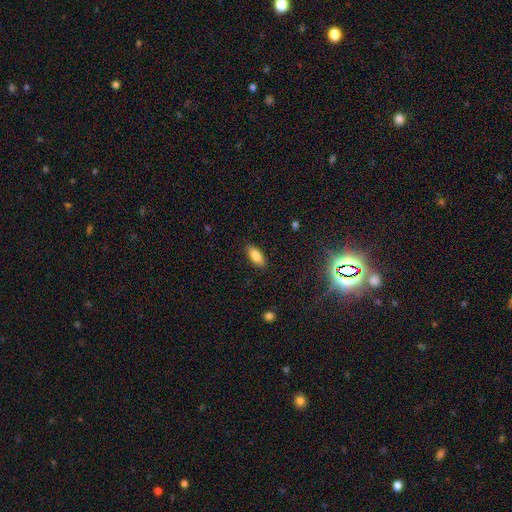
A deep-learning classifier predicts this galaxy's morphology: This is clearly a smooth galaxy (82%). How rounded: clearly in between (82%). Merging: clearly none (88%).